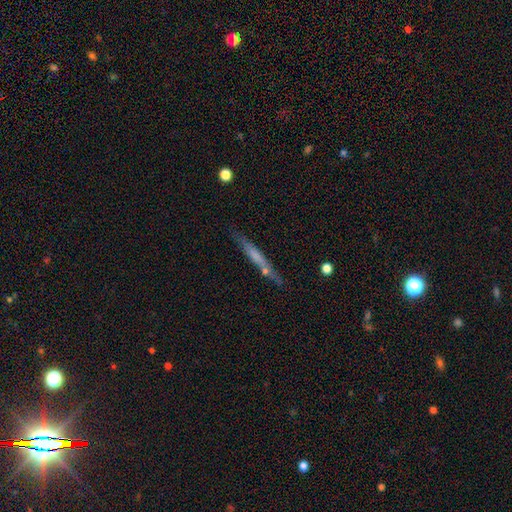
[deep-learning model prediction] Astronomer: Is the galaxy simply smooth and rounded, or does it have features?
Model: smooth — 47% (runner-up: featured or disk, 46%).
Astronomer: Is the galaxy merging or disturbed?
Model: none — 74%.